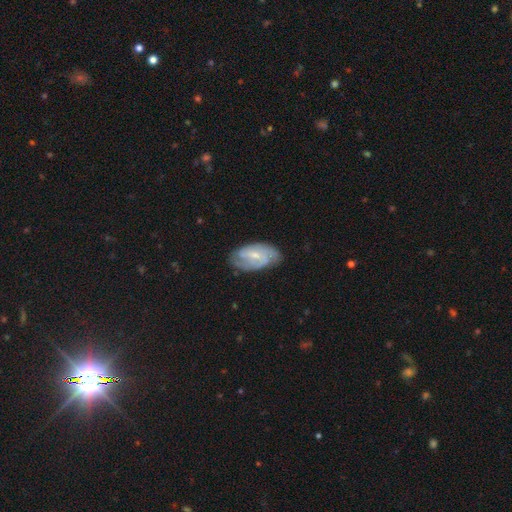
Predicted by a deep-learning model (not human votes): smooth_or_featured: featured or disk (p=0.77) [alt: smooth p=0.18]
disk_edge_on: no (p=0.95) [alt: yes p=0.05]
bar: weak (p=0.52) [alt: no p=0.29]
has_spiral_arms: yes (p=0.92) [alt: no p=0.08]
spiral_winding: tight (p=0.44) [alt: medium p=0.42]
spiral_arm_count: 2 (p=0.55) [alt: can't tell p=0.22]
bulge_size: small (p=0.62) [alt: moderate p=0.33]
merging: none (p=0.72) [alt: minor disturbance p=0.21]